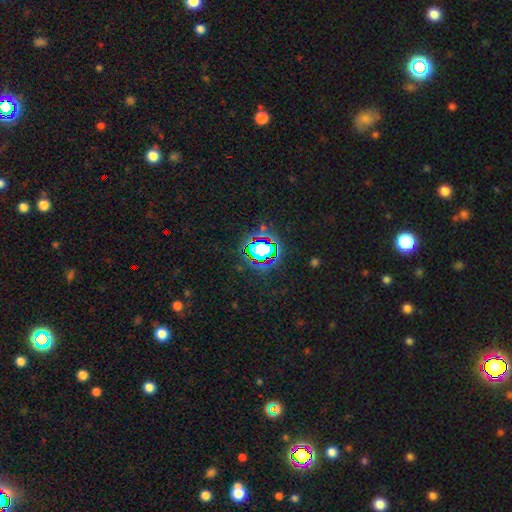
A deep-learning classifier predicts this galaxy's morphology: This appears to be a star or artifact, not a galaxy (68%).